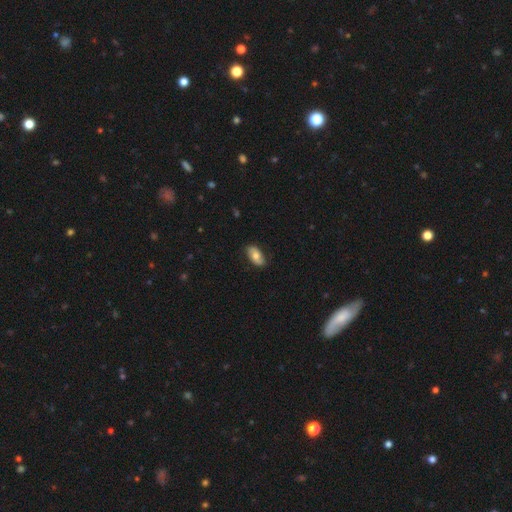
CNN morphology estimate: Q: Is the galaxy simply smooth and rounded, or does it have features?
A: smooth — 63%.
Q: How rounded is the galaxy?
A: in between — 93%.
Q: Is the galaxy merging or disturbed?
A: none — 81%.